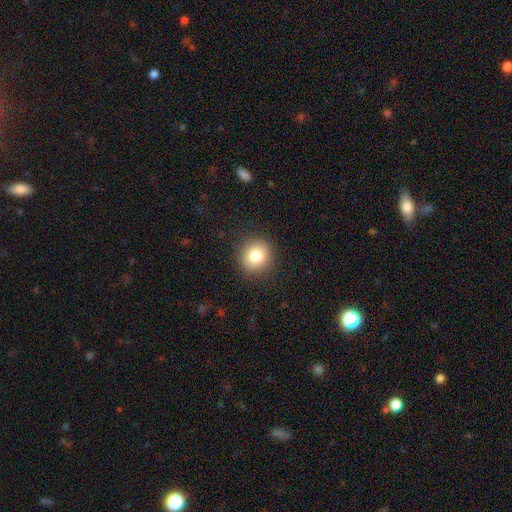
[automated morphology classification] smooth 82%, star or artifact 10%, featured or disk 8%. Down the decision tree: how rounded — round (88%); merging — none (90%).